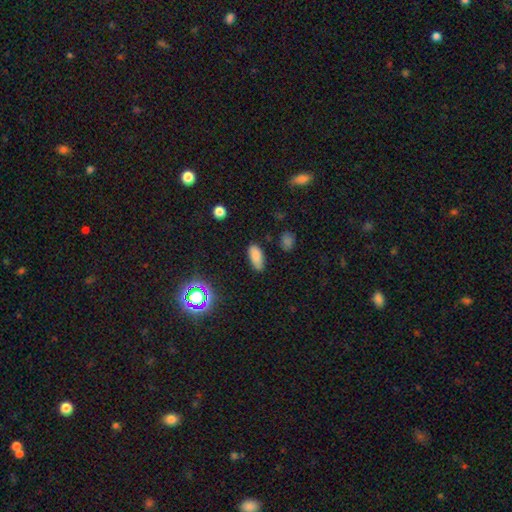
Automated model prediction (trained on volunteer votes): smooth-or-featured: smooth: 82% | star or artifact: 12% | featured or disk: 6%
  how-rounded: in between: 86% | cigar-shaped: 11% | round: 3%
  merging: none: 81% | minor disturbance: 14% | major disturbance: 3% | merger: 2%